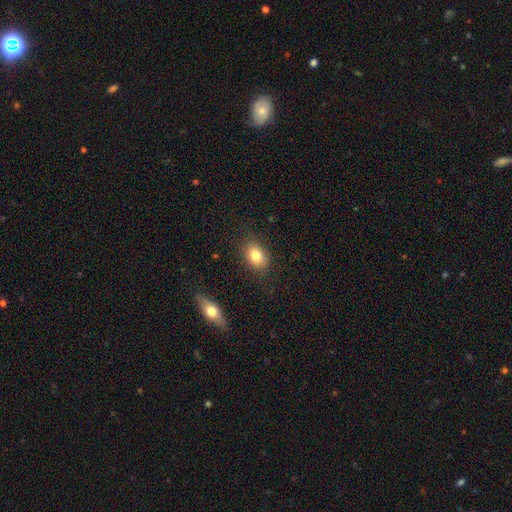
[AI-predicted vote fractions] Morphology: type=smooth (81%); roundness=in between (78%); merging=none (84%).